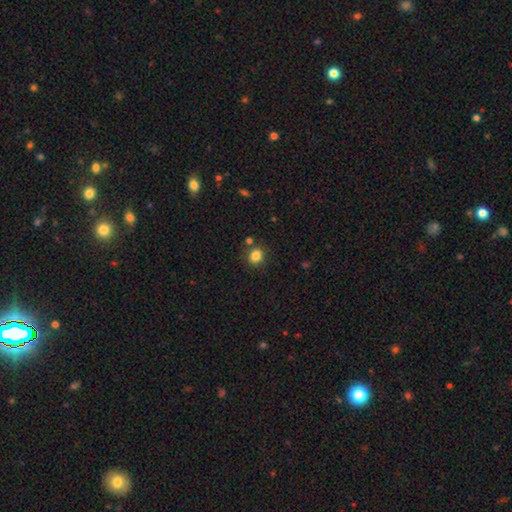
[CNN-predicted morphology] This appears to be a smooth galaxy with no disk features (83%) that is round (80%). Merging: none (81%).